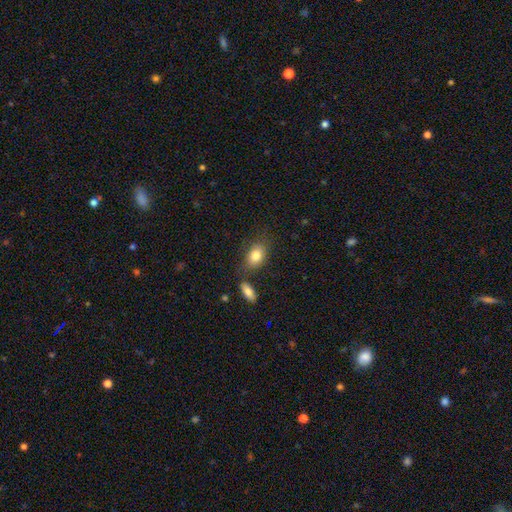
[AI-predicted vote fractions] Overall: smooth (82%). How rounded: in between (83%). Merging: none (67%).